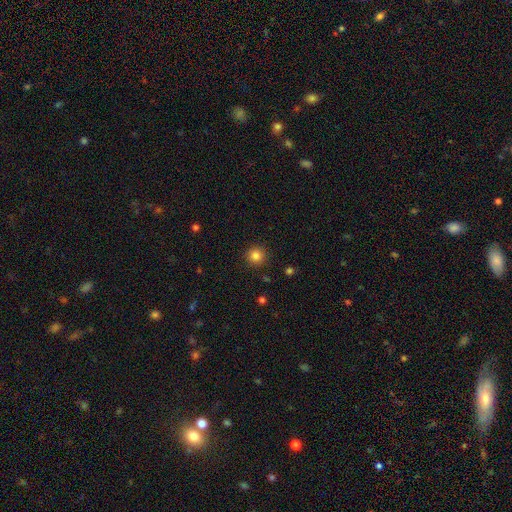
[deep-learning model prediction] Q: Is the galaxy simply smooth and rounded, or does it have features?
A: smooth — 84%.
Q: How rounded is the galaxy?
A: round — 95%.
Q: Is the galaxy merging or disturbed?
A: none — 91%.